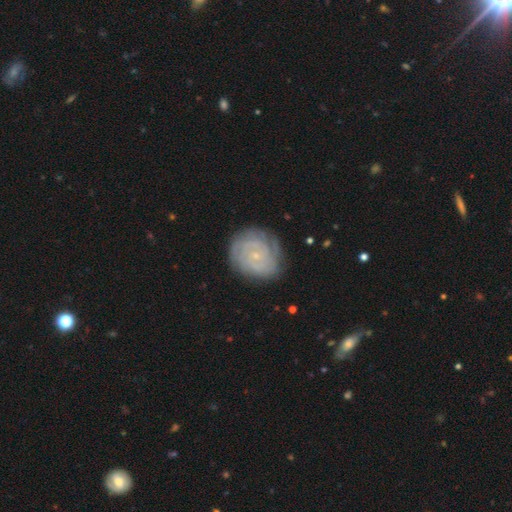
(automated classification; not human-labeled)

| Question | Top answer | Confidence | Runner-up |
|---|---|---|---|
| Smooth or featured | featured or disk | 78% | smooth (14%) |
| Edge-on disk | no | 98% | yes (2%) |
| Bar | no | 76% | weak (20%) |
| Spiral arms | yes | 95% | no (5%) |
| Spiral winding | tight | 79% | medium (17%) |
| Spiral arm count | can't tell | 32% | 2 (24%) |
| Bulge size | small | 86% | moderate (9%) |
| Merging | none | 80% | minor disturbance (15%) |